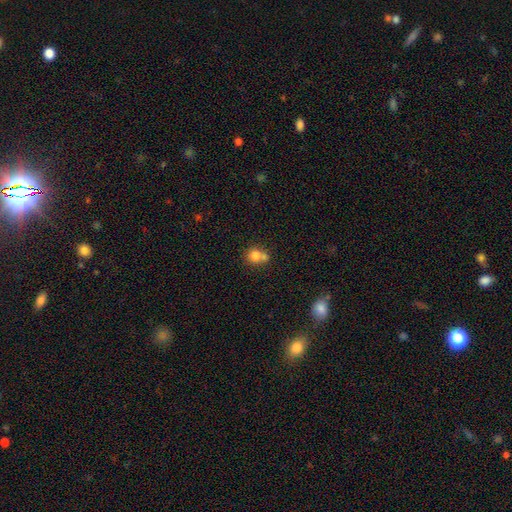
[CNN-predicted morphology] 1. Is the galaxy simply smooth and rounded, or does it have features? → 77% smooth, 12% featured or disk, 11% star or artifact.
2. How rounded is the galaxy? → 78% round, 21% in between, 1% cigar-shaped.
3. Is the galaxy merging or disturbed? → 52% merger, 35% none, 9% minor disturbance, 3% major disturbance.